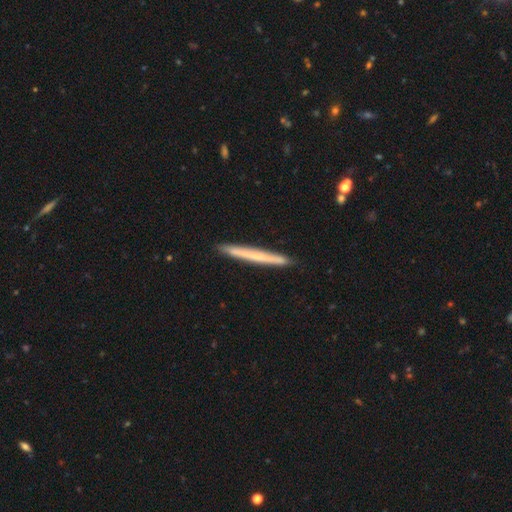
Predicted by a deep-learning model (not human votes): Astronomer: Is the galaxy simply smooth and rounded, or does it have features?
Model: smooth — 54% (runner-up: featured or disk, 40%).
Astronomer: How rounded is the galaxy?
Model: cigar-shaped — 97%.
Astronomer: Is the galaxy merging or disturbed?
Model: none — 91%.